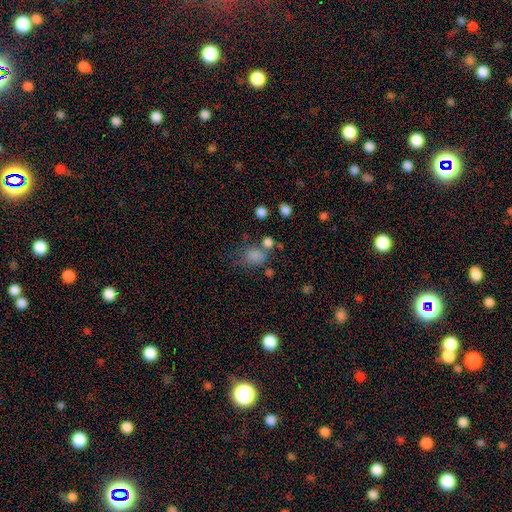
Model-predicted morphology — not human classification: type=smooth (74%); roundness=round (53%); merging=none (51%).